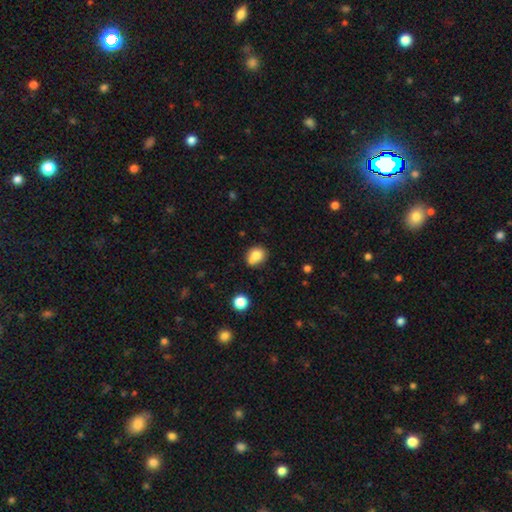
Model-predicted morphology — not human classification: A smooth galaxy with no disk features (78%) that is round (61%).

Vote fractions:
- Smooth or featured? smooth: 78% / featured or disk: 12% / star or artifact: 11%
- How rounded? round: 61% / in between: 38% / cigar-shaped: 1%
- Merging? none: 48% / merger: 27% / minor disturbance: 19% / major disturbance: 6%